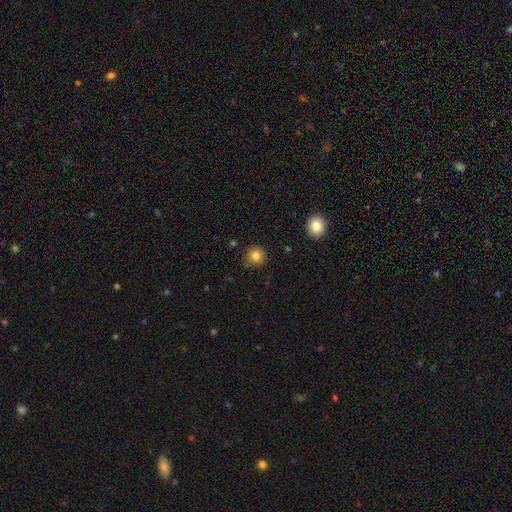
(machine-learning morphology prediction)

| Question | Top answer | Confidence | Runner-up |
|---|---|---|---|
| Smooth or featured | smooth | 82% | star or artifact (12%) |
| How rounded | round | 93% | in between (6%) |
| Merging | none | 85% | minor disturbance (11%) |